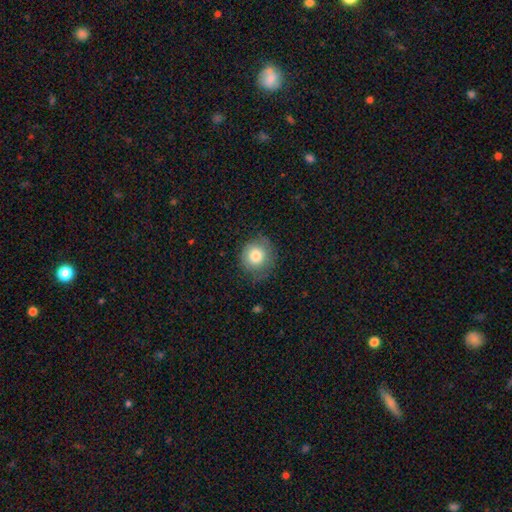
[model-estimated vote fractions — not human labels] Smooth or featured?
  - smooth: 78% *
  - featured or disk: 13%
  - star or artifact: 9%
How rounded?
  - round: 87% *
  - in between: 12%
  - cigar-shaped: 1%
Merging?
  - none: 72% *
  - minor disturbance: 21%
  - major disturbance: 6%
  - merger: 1%